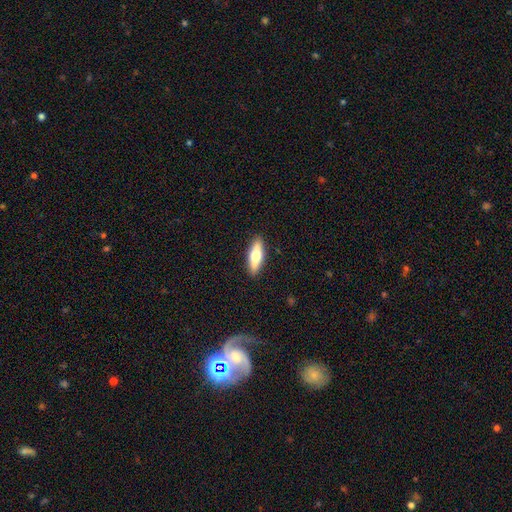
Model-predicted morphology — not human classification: type=smooth (60%); roundness=cigar-shaped (49%, tied with in between); merging=none (90%).